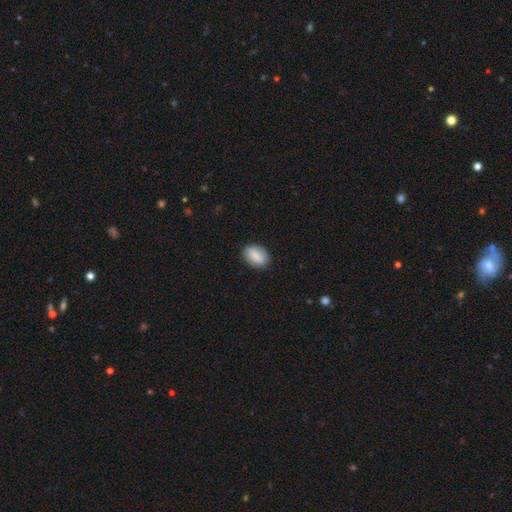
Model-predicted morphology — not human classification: This appears to be a smooth galaxy with no disk features (85%) that is in between round and cigar-shaped (82%). Merging: none (85%).